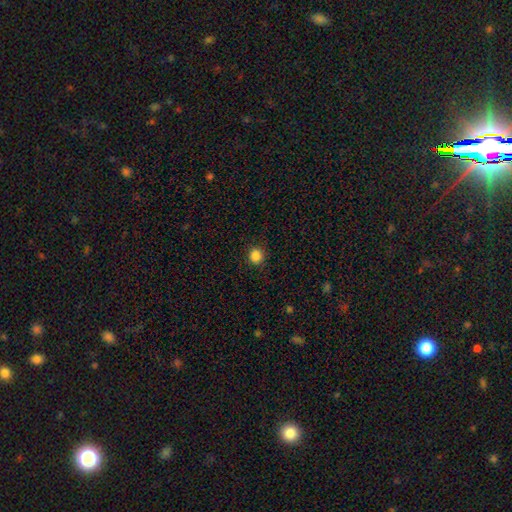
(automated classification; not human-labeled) Overall: smooth (86%). How rounded: round (90%). Merging: none (90%).